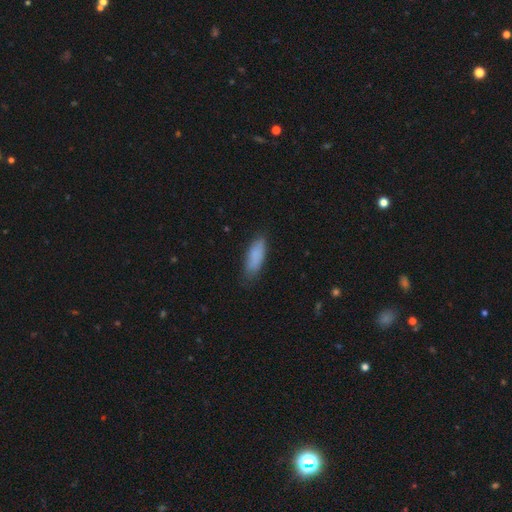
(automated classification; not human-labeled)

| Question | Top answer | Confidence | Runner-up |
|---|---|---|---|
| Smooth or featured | smooth | 85% | featured or disk (8%) |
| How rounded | in between | 63% | cigar-shaped (36%) |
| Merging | none | 76% | minor disturbance (19%) |